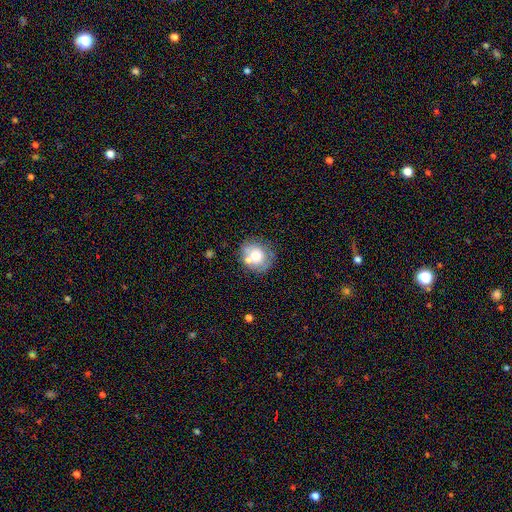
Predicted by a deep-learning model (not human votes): A smooth galaxy with no disk features (64%) that is round (78%).

Vote fractions:
- Smooth or featured? smooth: 64% / featured or disk: 26% / star or artifact: 10%
- How rounded? round: 78% / in between: 21% / cigar-shaped: 1%
- Merging? none: 59% / merger: 17% / minor disturbance: 17% / major disturbance: 7%